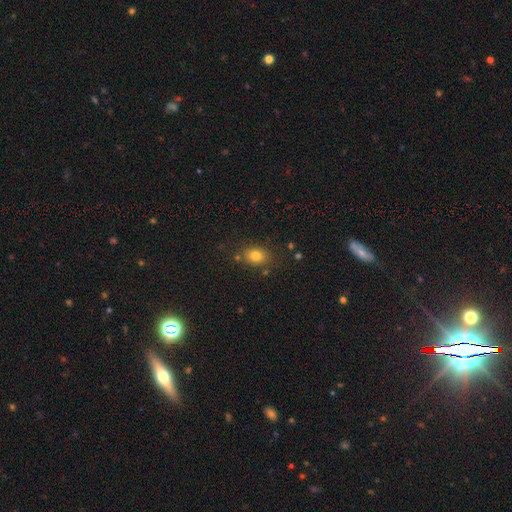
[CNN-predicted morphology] smooth-or-featured: smooth: 79% | star or artifact: 13% | featured or disk: 8%
  how-rounded: in between: 59% | round: 40% | cigar-shaped: 1%
  merging: none: 79% | minor disturbance: 12% | merger: 5% | major disturbance: 4%